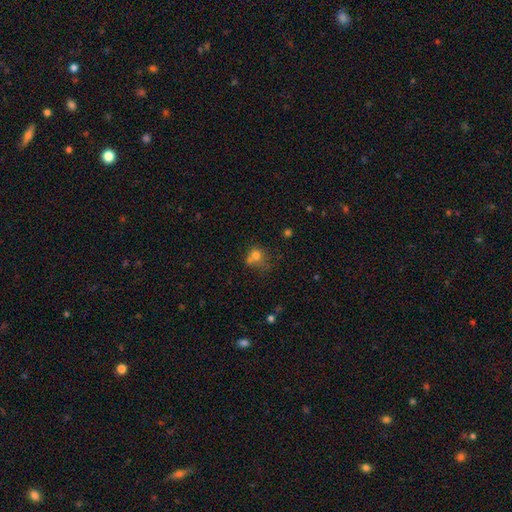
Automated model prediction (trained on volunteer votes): A smooth galaxy with no disk features (72%) that is round (72%).

Vote fractions:
- Smooth or featured? smooth: 72% / star or artifact: 14% / featured or disk: 14%
- How rounded? round: 72% / in between: 27% / cigar-shaped: 1%
- Merging? none: 39% / merger: 35% / minor disturbance: 16% / major disturbance: 10%